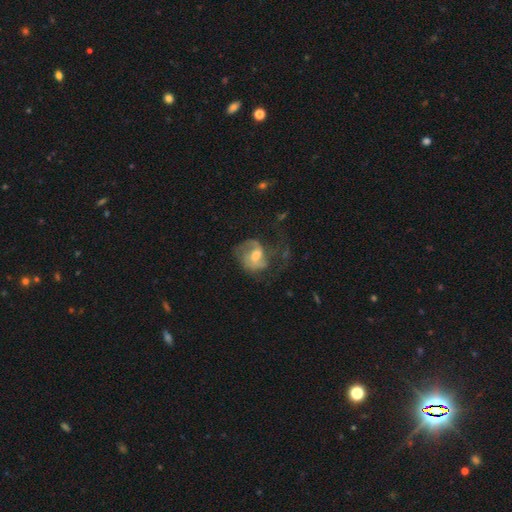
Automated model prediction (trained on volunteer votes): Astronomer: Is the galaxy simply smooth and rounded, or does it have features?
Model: featured or disk — 68%.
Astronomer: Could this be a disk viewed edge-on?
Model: no — 97%.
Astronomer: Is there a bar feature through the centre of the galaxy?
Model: weak — 47% (runner-up: no, 39%).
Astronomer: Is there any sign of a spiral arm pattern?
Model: yes — 84%.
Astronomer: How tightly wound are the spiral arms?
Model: medium — 44% (runner-up: loose, 33%).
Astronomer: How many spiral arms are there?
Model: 2 — 55%.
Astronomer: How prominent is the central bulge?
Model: moderate — 59%.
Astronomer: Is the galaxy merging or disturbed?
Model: none — 41% (runner-up: major disturbance, 36%).